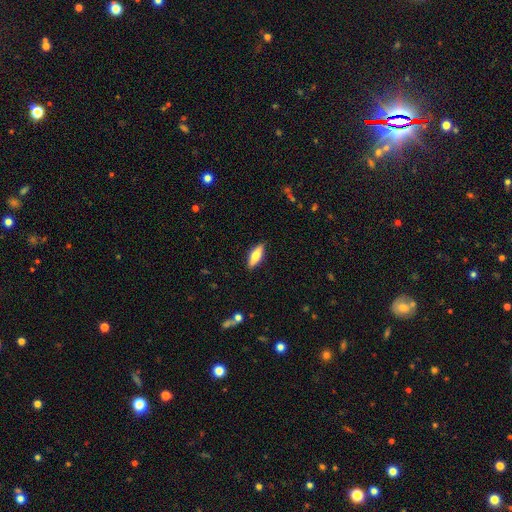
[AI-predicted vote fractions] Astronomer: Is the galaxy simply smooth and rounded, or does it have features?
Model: smooth — 67%.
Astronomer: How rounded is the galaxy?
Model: in between — 59% (runner-up: cigar-shaped, 39%).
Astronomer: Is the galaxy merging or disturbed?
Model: none — 88%.